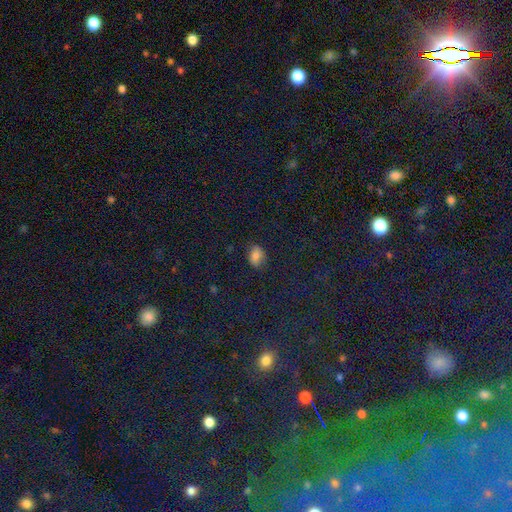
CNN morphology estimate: Smooth or featured? smooth (77%)
How rounded? in between (74%)
Merging? none (80%)